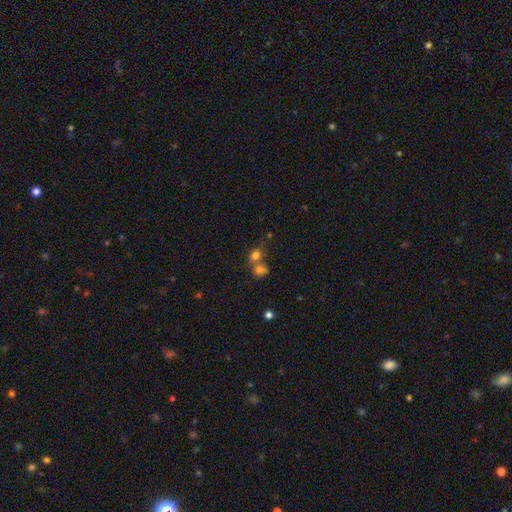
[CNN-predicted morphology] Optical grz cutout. It shows a smooth galaxy with no disk features (73%) that is round (76%). Merging: merger (49%).